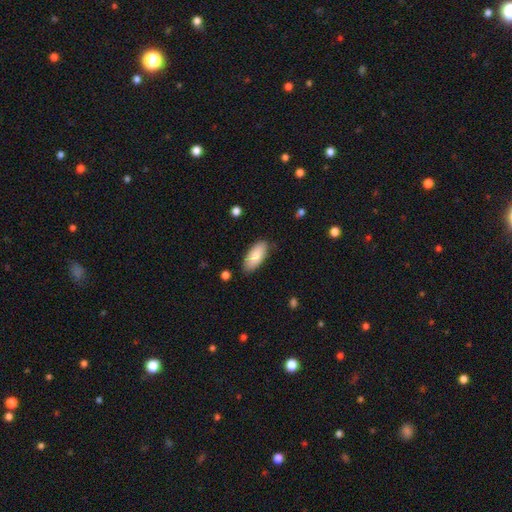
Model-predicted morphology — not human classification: smooth_or_featured: smooth (p=0.85) [alt: featured or disk p=0.09]
how_rounded: in between (p=0.87) [alt: cigar-shaped p=0.11]
merging: none (p=0.84) [alt: minor disturbance p=0.13]